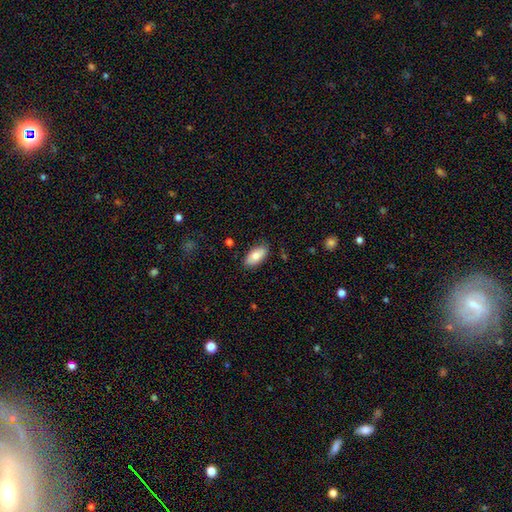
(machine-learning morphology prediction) This is likely a smooth galaxy (79%). How rounded: clearly in between (92%). Merging: clearly none (84%).